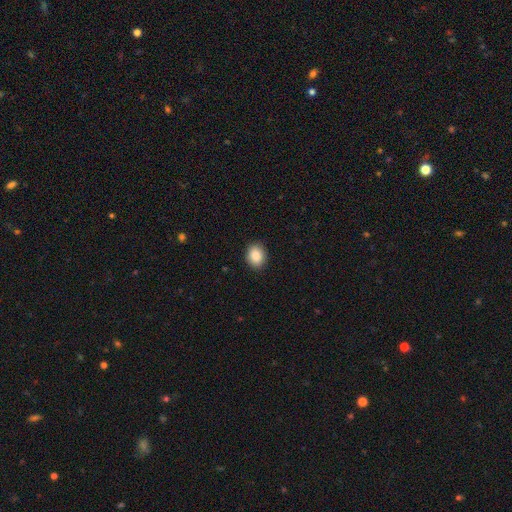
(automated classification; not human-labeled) Morphology: type=smooth (87%); roundness=in between (51%); merging=none (90%).